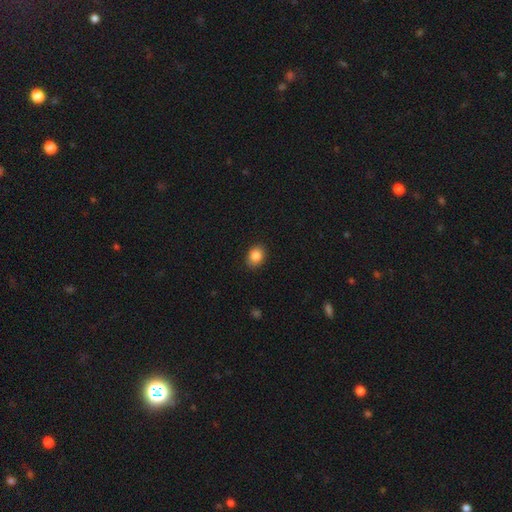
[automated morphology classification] Overall: smooth (86%). How rounded: in between (57%; round 42%). Merging: none (88%).